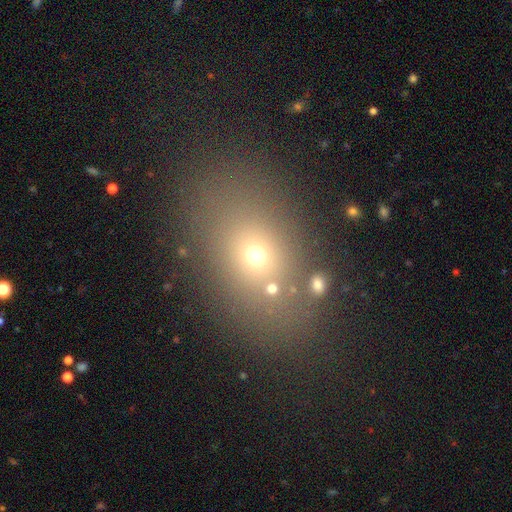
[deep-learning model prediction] A smooth galaxy with no disk features (62%) that is in between round and cigar-shaped (65%).

Vote fractions:
- Smooth or featured? smooth: 62% / star or artifact: 24% / featured or disk: 15%
- How rounded? in between: 65% / round: 33% / cigar-shaped: 2%
- Merging? none: 76% / minor disturbance: 11% / major disturbance: 6% / merger: 6%